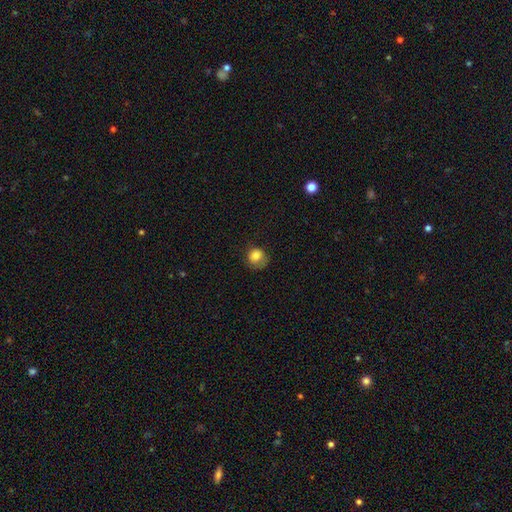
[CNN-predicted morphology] Smooth or featured: smooth — 84% (star or artifact — 10%)
How rounded: round — 78% (in between — 21%)
Merging: none — 55% (minor disturbance — 27%)